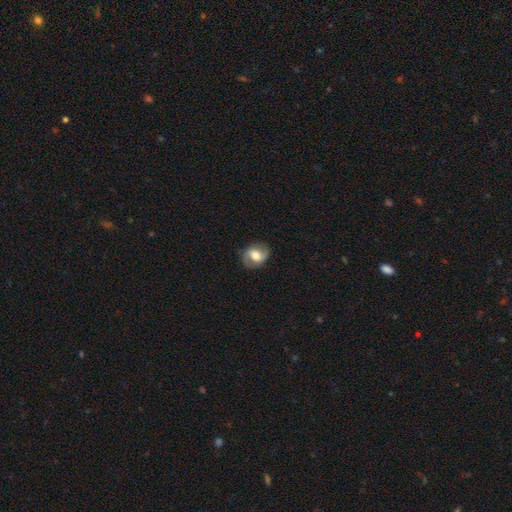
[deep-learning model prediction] A featured or disk galaxy (57%) with a weak bar (42%), spiral arms (85%) and a moderate central bulge (56%).

Vote fractions:
- Smooth or featured? featured or disk: 57% / smooth: 35% / star or artifact: 8%
- Edge-on disk? no: 96% / yes: 4%
- Bar? weak: 42% / no: 37% / strong: 21%
- Spiral arms? yes: 85% / no: 15%
- Bulge size? moderate: 56% / large: 27% / small: 12% / dominant: 3% / none: 2%
- Merging? none: 82% / minor disturbance: 13% / major disturbance: 5% / merger: 1%